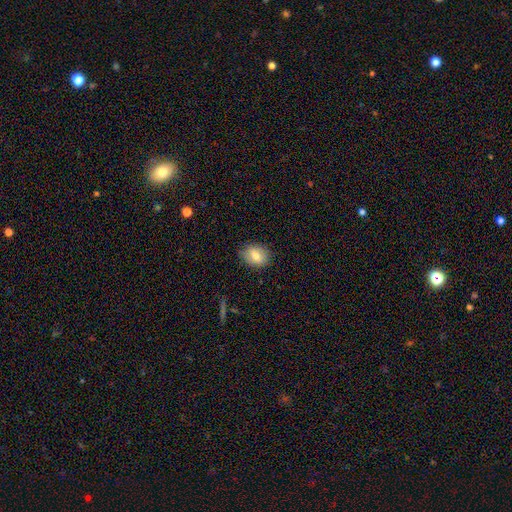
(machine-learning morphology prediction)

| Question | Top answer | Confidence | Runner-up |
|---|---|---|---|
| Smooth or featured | smooth | 75% | featured or disk (17%) |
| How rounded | in between | 59% | round (40%) |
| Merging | none | 80% | minor disturbance (16%) |